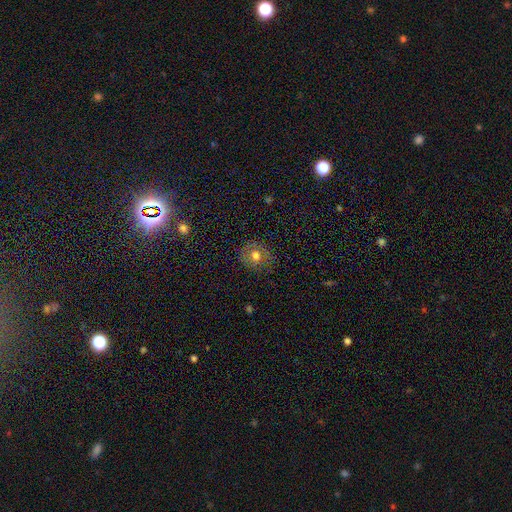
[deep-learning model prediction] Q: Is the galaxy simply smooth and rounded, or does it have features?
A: smooth — 69%.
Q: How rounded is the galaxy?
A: round — 80%.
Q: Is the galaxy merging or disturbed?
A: none — 80%.